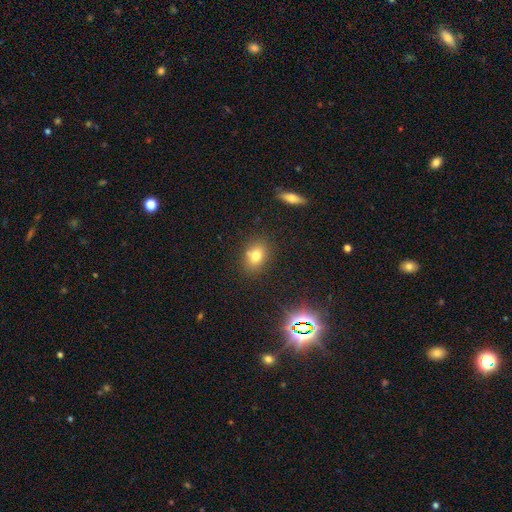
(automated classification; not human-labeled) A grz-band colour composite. It shows a smooth galaxy with no disk features (75%) that is in between round and cigar-shaped (69%). Merging: none (77%).